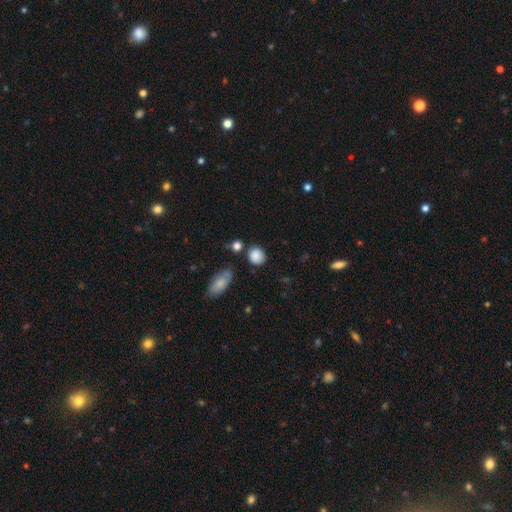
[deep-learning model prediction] Smooth or featured? smooth (86%)
How rounded? round (77%)
Merging? none (78%)